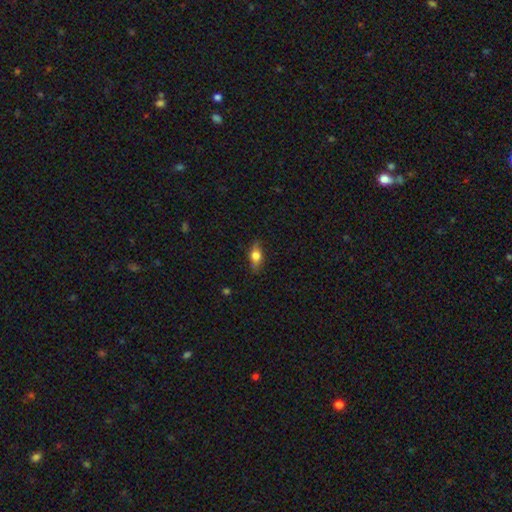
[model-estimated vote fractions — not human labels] Q: Smooth or featured?
A: smooth (61%); runner-up: featured or disk (31%)
Q: How rounded?
A: in between (70%); runner-up: cigar-shaped (17%)
Q: Merging?
A: none (76%); runner-up: minor disturbance (18%)